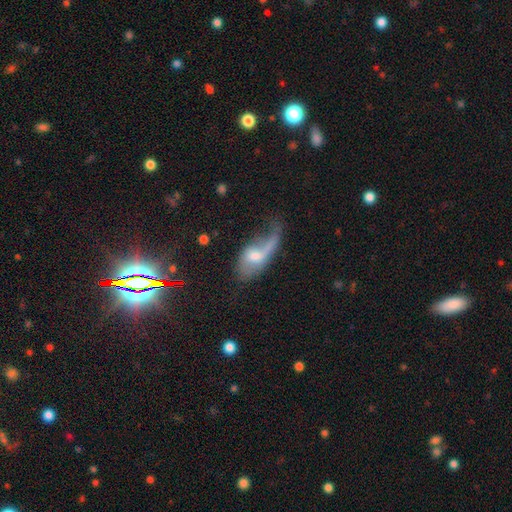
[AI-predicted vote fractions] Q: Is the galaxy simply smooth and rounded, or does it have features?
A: featured or disk — 52%.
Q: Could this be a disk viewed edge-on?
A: no — 86%.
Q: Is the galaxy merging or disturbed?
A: major disturbance — 43%.